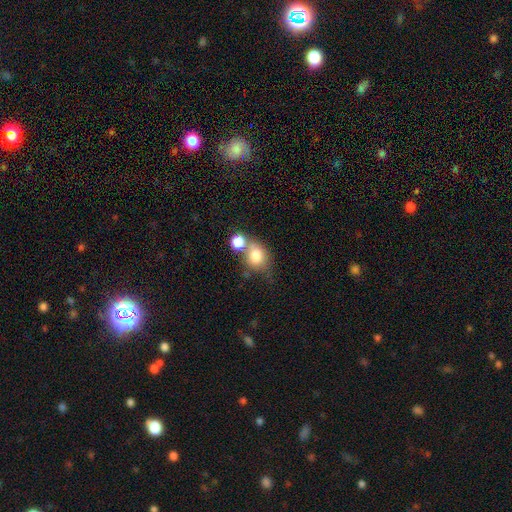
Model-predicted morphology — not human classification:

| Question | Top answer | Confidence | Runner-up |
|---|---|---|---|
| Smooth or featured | smooth | 77% | featured or disk (13%) |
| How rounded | round | 63% | in between (36%) |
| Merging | none | 42% | merger (37%) |